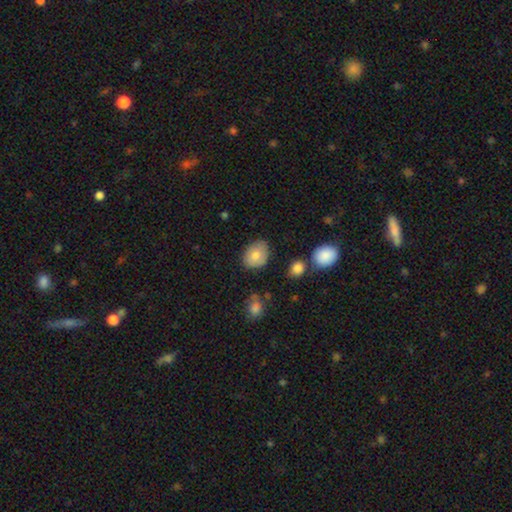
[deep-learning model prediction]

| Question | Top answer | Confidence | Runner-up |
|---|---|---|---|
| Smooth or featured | smooth | 77% | featured or disk (15%) |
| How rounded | in between | 61% | round (38%) |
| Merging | none | 77% | minor disturbance (17%) |